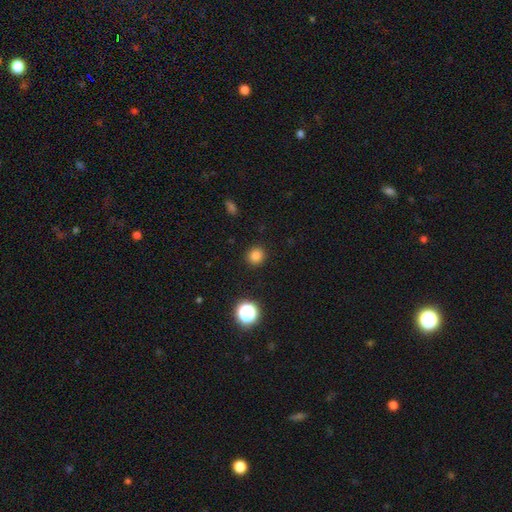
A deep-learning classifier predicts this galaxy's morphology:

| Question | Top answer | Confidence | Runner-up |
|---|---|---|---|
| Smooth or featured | smooth | 82% | star or artifact (14%) |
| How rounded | round | 90% | in between (9%) |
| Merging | none | 91% | minor disturbance (6%) |